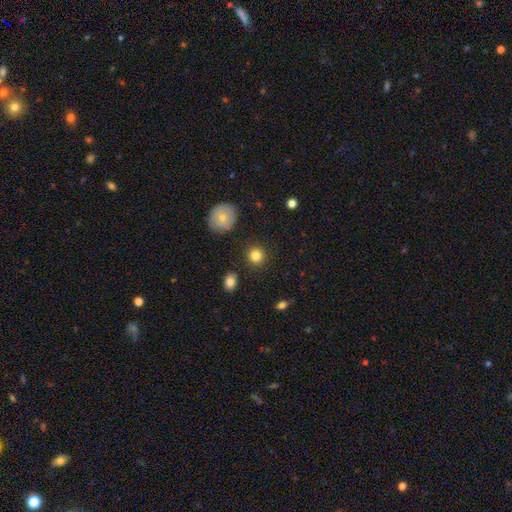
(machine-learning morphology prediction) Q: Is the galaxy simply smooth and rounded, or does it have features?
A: smooth — 84%.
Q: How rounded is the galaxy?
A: round — 92%.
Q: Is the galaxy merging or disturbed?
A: none — 90%.